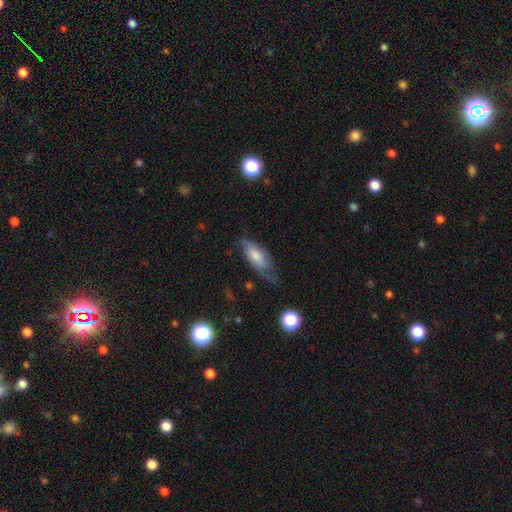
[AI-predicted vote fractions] A smooth galaxy with no disk features (51%) that is in between round and cigar-shaped (77%). Merging: none (57%).